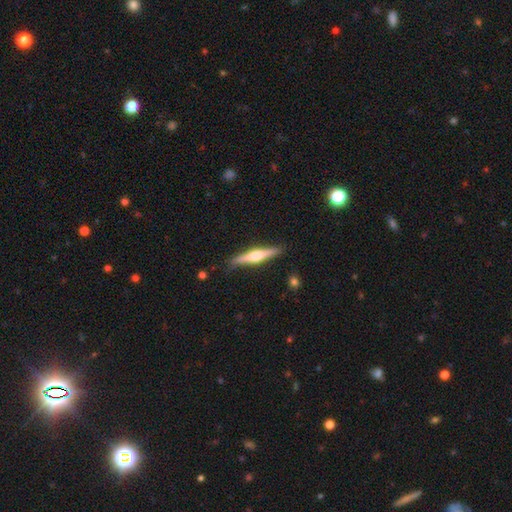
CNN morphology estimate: A featured or disk galaxy (63%) viewed edge-on (97%) with a rounded central bulge (88%).

Vote fractions:
- Smooth or featured? featured or disk: 63% / smooth: 32% / star or artifact: 5%
- Edge-on disk? yes: 97% / no: 3%
- Edge-on bulge? rounded: 88% / boxy: 6% / none: 6%
- Merging? none: 87% / minor disturbance: 10% / major disturbance: 2% / merger: 1%